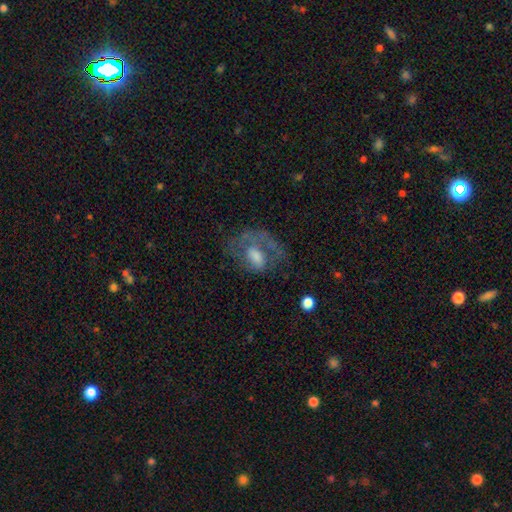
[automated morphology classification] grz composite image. It shows a featured or disk galaxy (58%) with no bar (60%), spiral arms (54%) and a moderate central bulge (43%). Merging: none (43%).